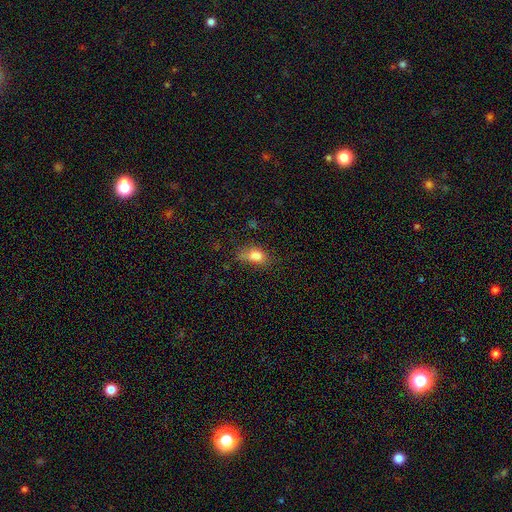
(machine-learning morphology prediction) A smooth galaxy with no disk features (80%) that is in between round and cigar-shaped (77%). Merging: none (46%).